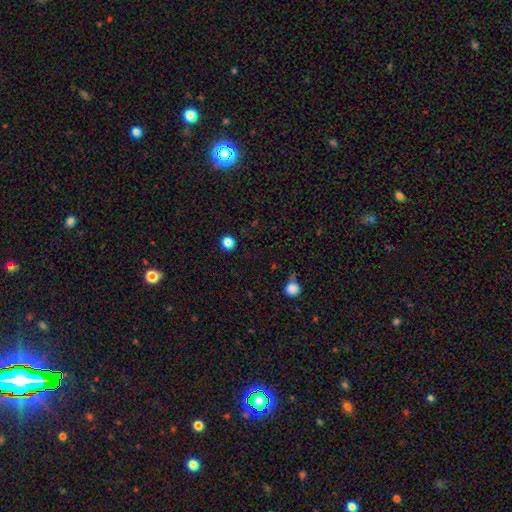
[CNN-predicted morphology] The model was most divided on "smooth or featured": smooth: 68%, star or artifact: 27%, featured or disk: 6%. More confident: how rounded — round (89%); merging — none (83%).